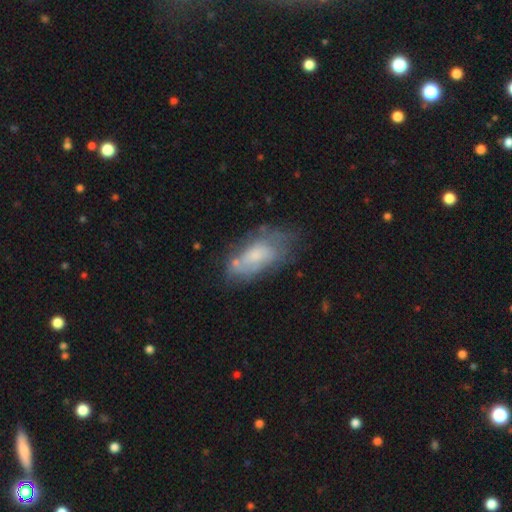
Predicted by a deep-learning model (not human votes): Morphology: type=smooth (51%); roundness=in between (89%); merging=none (49%).